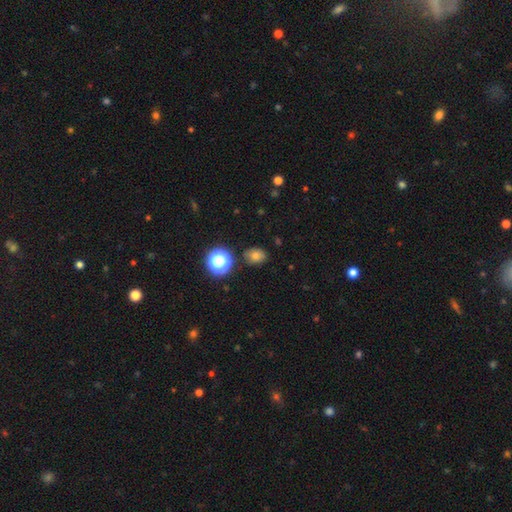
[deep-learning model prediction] This is likely a smooth galaxy (72%). How rounded: possibly in between (51%). Merging: clearly none (81%).